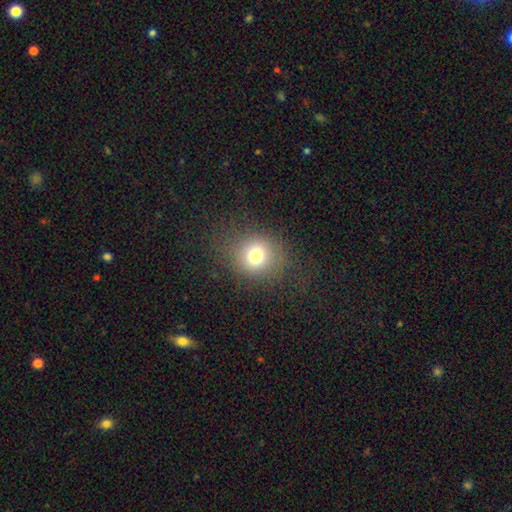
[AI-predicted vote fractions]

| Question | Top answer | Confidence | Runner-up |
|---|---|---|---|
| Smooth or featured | smooth | 75% | star or artifact (15%) |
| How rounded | round | 83% | in between (16%) |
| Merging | none | 81% | minor disturbance (11%) |